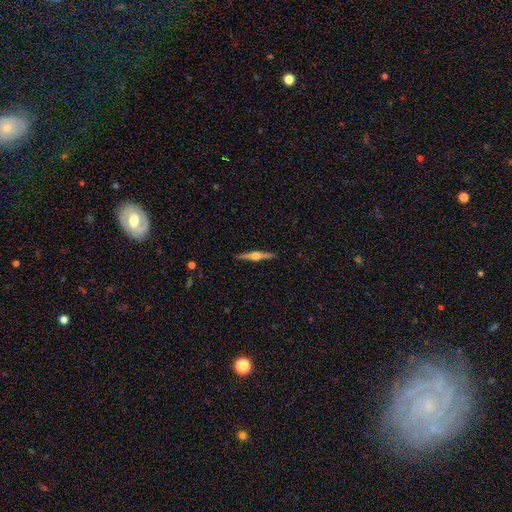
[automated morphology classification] Smooth or featured? Predicted: featured or disk (p=0.78). Edge-on disk? Predicted: yes (p=0.98). Edge-on bulge? Predicted: rounded (p=0.91). Merging? Predicted: none (p=0.91).